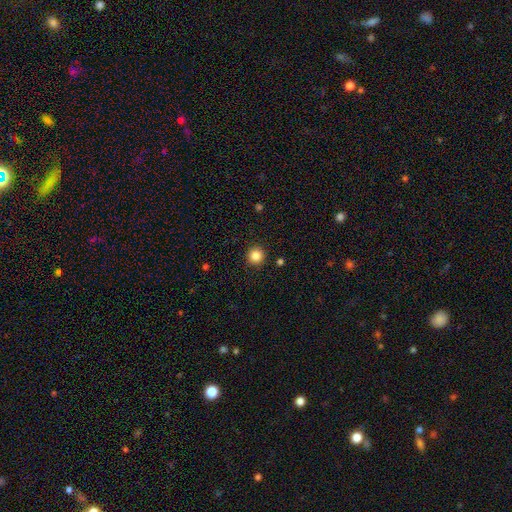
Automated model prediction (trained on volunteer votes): A smooth galaxy with no disk features (86%) that is round (95%). Merging: none (92%).